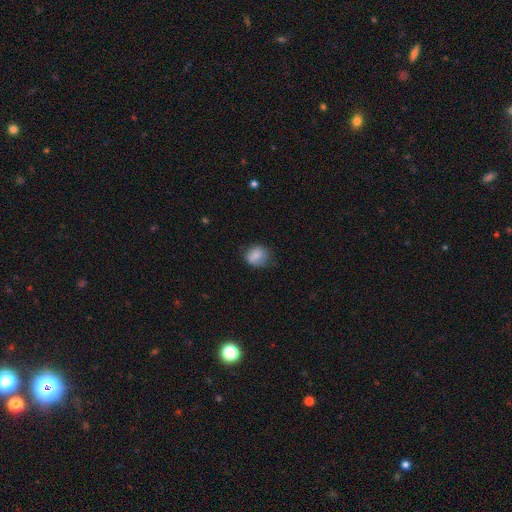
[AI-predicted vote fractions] A smooth galaxy with no disk features (82%) that is round (57%).

Vote fractions:
- Smooth or featured? smooth: 82% / featured or disk: 9% / star or artifact: 9%
- How rounded? round: 57% / in between: 42% / cigar-shaped: 1%
- Merging? none: 58% / minor disturbance: 31% / major disturbance: 10% / merger: 1%